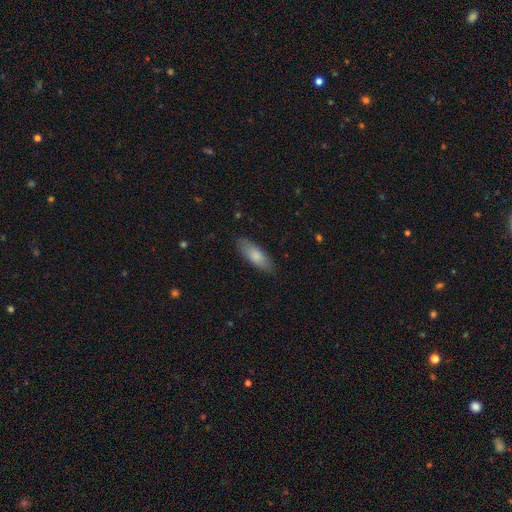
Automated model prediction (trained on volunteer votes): smooth 82%, featured or disk 12%, star or artifact 5%. Down the decision tree: how rounded — in between (67%); merging — none (84%).